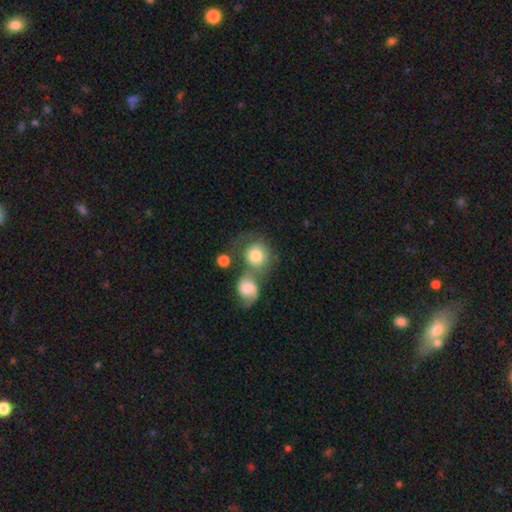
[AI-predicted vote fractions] smooth_or_featured: smooth (p=0.70) [alt: featured or disk p=0.24]
how_rounded: round (p=0.82) [alt: in between p=0.17]
merging: merger (p=0.52) [alt: none p=0.29]